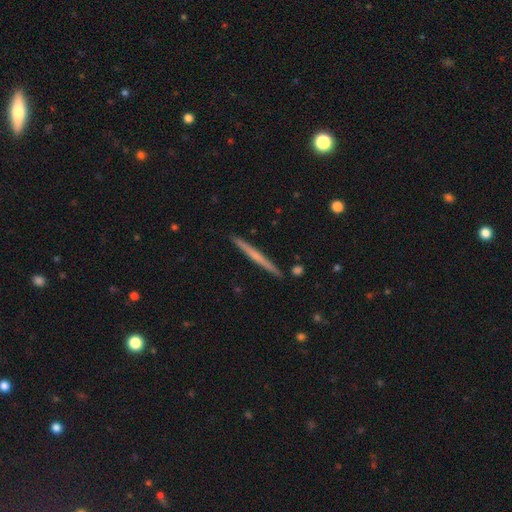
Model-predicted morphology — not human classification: Q: Smooth or featured?
A: featured or disk (53%); runner-up: smooth (42%)
Q: Edge-on disk?
A: yes (98%); runner-up: no (2%)
Q: Edge-on bulge?
A: none (76%); runner-up: rounded (19%)
Q: Merging?
A: none (92%); runner-up: minor disturbance (6%)